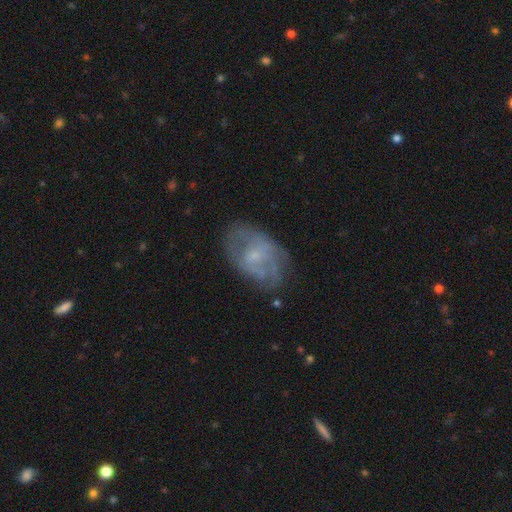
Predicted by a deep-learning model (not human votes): A featured or disk galaxy (61%) with no bar (62%), spiral arms (58%) and a small central bulge (62%).

Vote fractions:
- Smooth or featured? featured or disk: 61% / smooth: 30% / star or artifact: 9%
- Edge-on disk? no: 96% / yes: 4%
- Bar? no: 62% / weak: 33% / strong: 5%
- Spiral arms? yes: 58% / no: 42%
- Bulge size? small: 62% / moderate: 24% / none: 11% / large: 1% / dominant: 1%
- Merging? none: 60% / minor disturbance: 25% / major disturbance: 13% / merger: 2%